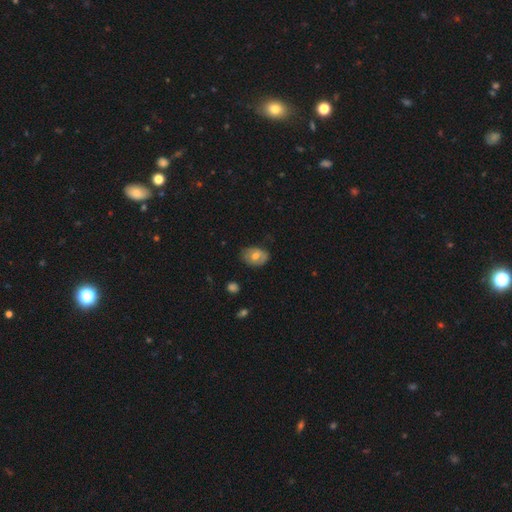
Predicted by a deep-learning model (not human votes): The model was most divided on "smooth or featured": smooth: 57%, featured or disk: 36%, star or artifact: 8%. More confident: how rounded — in between (76%); merging — none (67%).